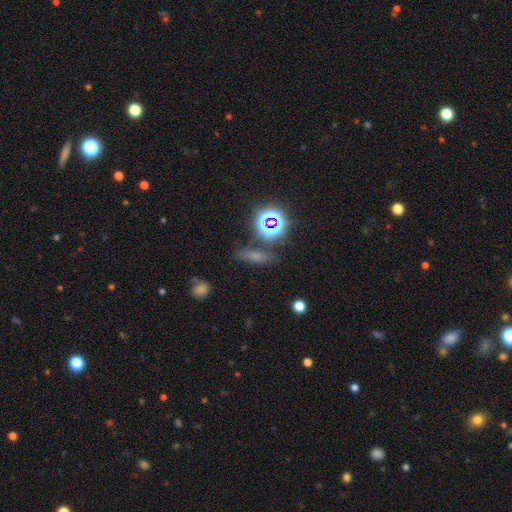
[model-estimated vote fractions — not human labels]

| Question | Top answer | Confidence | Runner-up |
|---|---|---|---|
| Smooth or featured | smooth | 54% | star or artifact (31%) |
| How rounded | cigar-shaped | 51% | in between (34%) |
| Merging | none | 76% | minor disturbance (13%) |